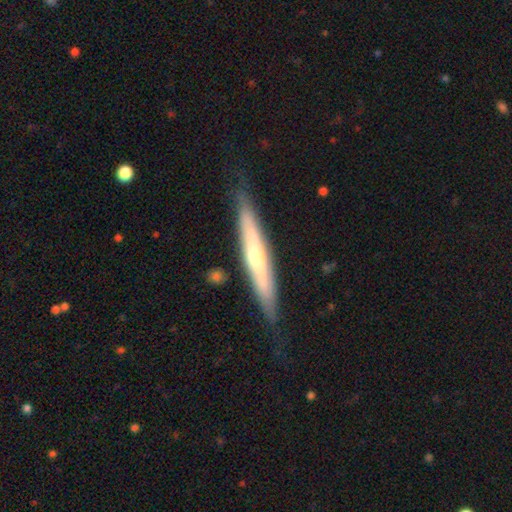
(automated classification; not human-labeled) Q: Smooth or featured?
A: featured or disk (53%); runner-up: smooth (41%)
Q: Edge-on disk?
A: yes (90%); runner-up: no (10%)
Q: Merging?
A: none (81%); runner-up: minor disturbance (14%)